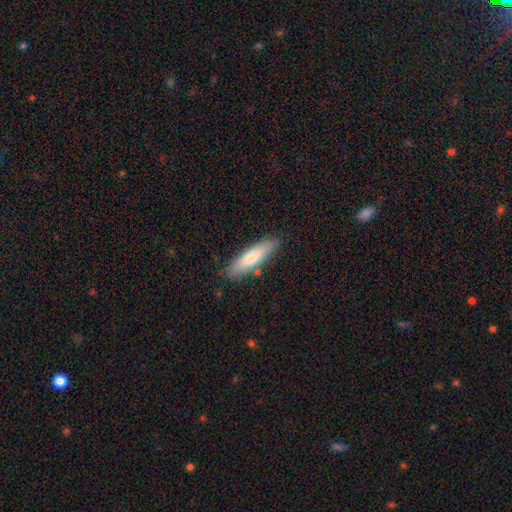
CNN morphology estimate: Smooth or featured: smooth — 71% (featured or disk — 23%)
How rounded: cigar-shaped — 73% (in between — 26%)
Merging: none — 86% (minor disturbance — 10%)